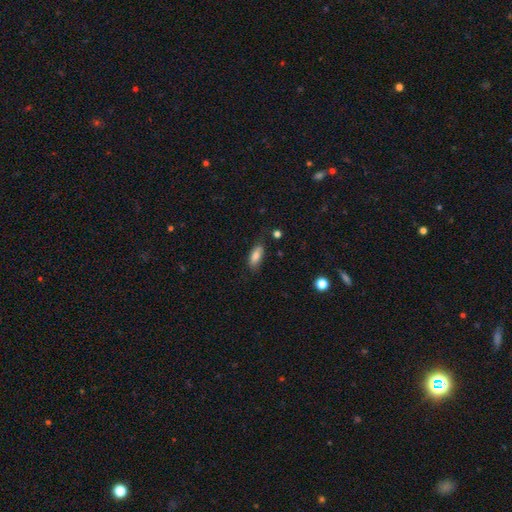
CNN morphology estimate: smooth-or-featured: smooth: 80% | featured or disk: 12% | star or artifact: 7%
  how-rounded: in between: 79% | cigar-shaped: 19% | round: 2%
  merging: none: 71% | minor disturbance: 22% | major disturbance: 5% | merger: 2%